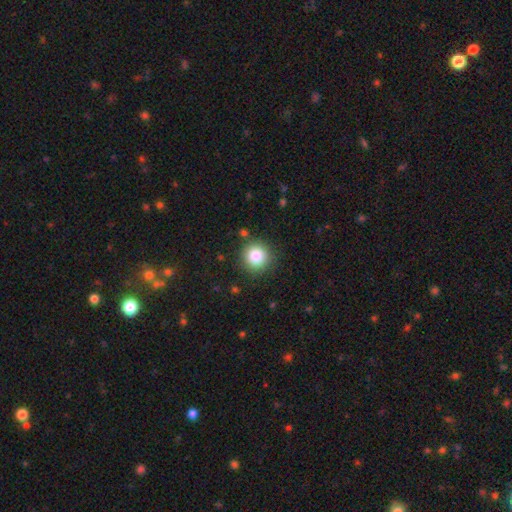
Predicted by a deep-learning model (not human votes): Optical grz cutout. It shows a smooth galaxy with no disk features (83%) that is round (93%). Merging: none (88%).